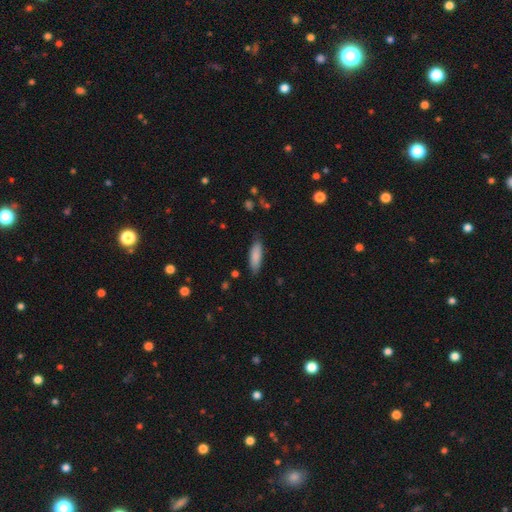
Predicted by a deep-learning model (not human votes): The model was most divided on "how rounded": in between: 52%, cigar-shaped: 46%, round: 2%. More confident: smooth or featured — smooth (86%); merging — none (80%).